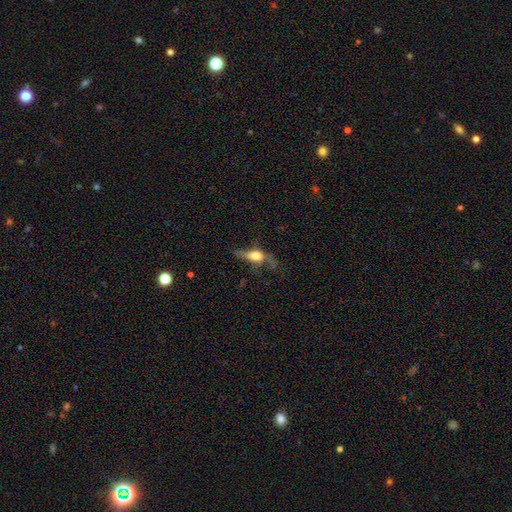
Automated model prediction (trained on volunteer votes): Smooth or featured? featured or disk (47%)
Merging? none (40%)